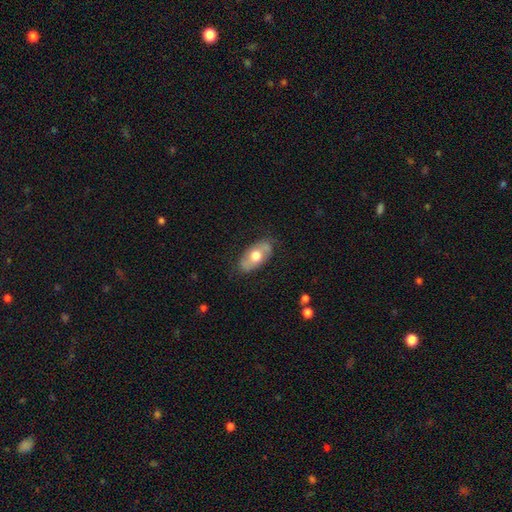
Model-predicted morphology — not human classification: Q: Smooth or featured?
A: smooth (57%); runner-up: featured or disk (37%)
Q: How rounded?
A: in between (91%); runner-up: round (5%)
Q: Merging?
A: none (76%); runner-up: minor disturbance (18%)